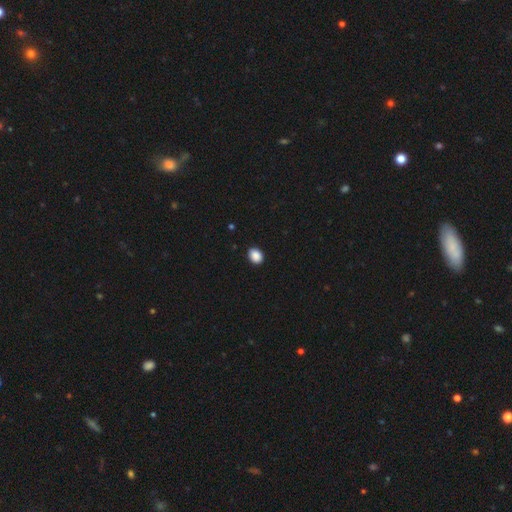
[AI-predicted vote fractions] Smooth or featured: smooth — 89% (star or artifact — 9%)
How rounded: in between — 58% (round — 41%)
Merging: none — 90% (minor disturbance — 7%)